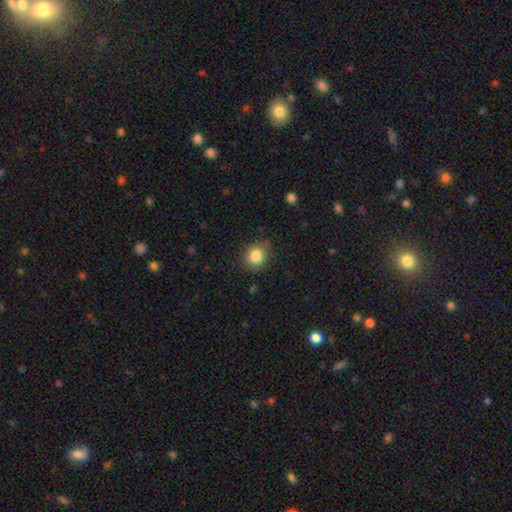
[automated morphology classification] type=smooth (84%); roundness=round (79%); merging=none (81%).